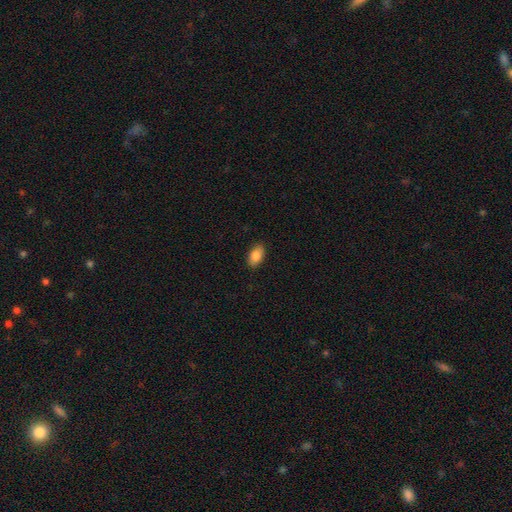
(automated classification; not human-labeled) smooth_or_featured: smooth (p=0.84) [alt: featured or disk p=0.08]
how_rounded: in between (p=0.91) [alt: round p=0.07]
merging: none (p=0.88) [alt: minor disturbance p=0.09]